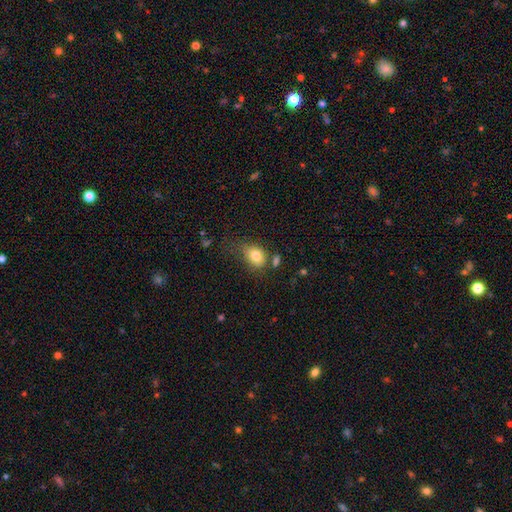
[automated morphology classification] smooth-or-featured: smooth: 81% | featured or disk: 9% | star or artifact: 9%
  how-rounded: in between: 72% | round: 26% | cigar-shaped: 2%
  merging: none: 44% | minor disturbance: 28% | major disturbance: 16% | merger: 12%